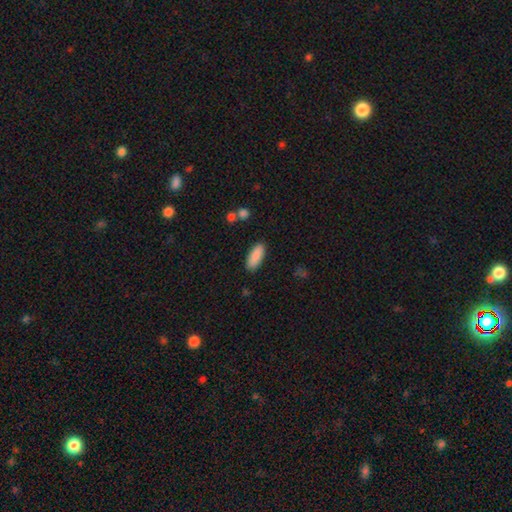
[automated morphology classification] A smooth galaxy with no disk features (89%) that is in between round and cigar-shaped (78%).

Vote fractions:
- Smooth or featured? smooth: 89% / star or artifact: 6% / featured or disk: 4%
- How rounded? in between: 78% / cigar-shaped: 21% / round: 2%
- Merging? none: 88% / minor disturbance: 8% / major disturbance: 2% / merger: 2%